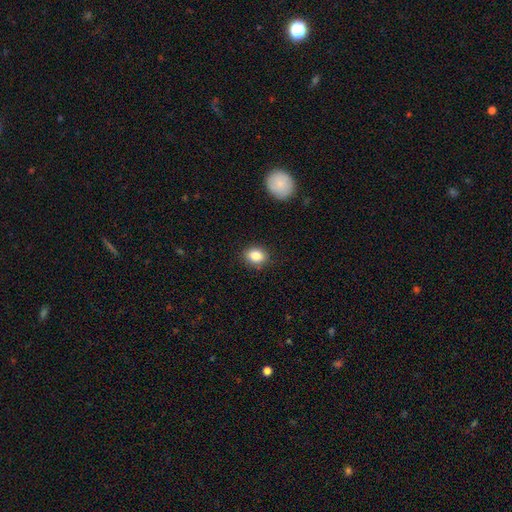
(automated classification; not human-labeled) Morphology: type=smooth (85%); roundness=in between (54%); merging=none (87%).